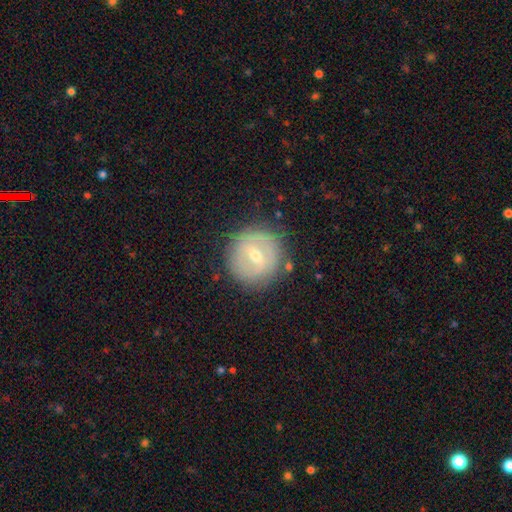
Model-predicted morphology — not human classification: Smooth or featured: featured or disk — 60% (smooth — 33%)
Edge-on disk: no — 95% (yes — 5%)
Bar: weak — 53% (strong — 26%)
Spiral arms: no — 52% (yes — 48%)
Bulge size: moderate — 51% (small — 46%)
Merging: none — 82% (minor disturbance — 12%)